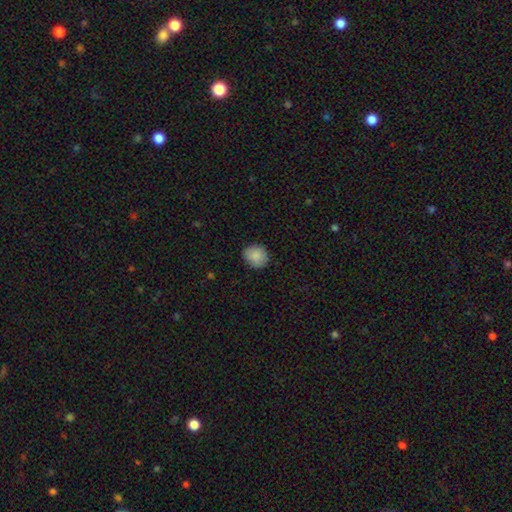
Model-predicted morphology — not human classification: Smooth or featured? smooth (88%)
How rounded? round (81%)
Merging? none (85%)